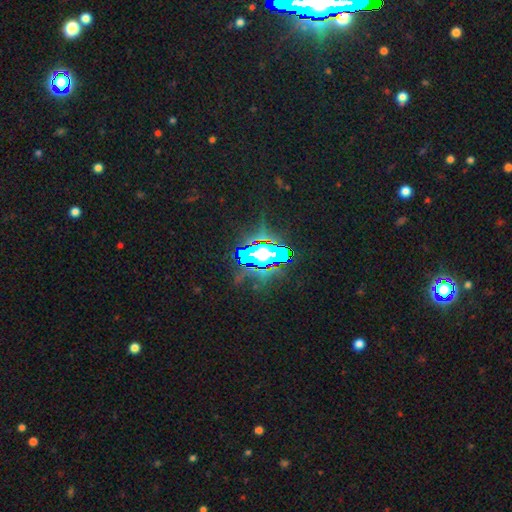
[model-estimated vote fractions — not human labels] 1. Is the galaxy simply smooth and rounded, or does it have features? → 76% star or artifact, 13% featured or disk, 12% smooth.